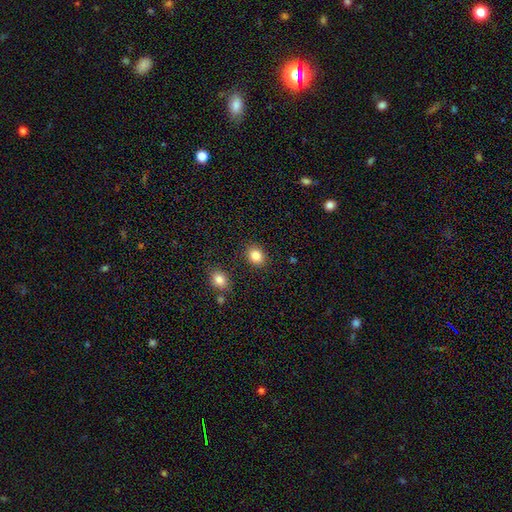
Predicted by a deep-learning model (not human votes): Smooth or featured?
  - smooth: 85% *
  - star or artifact: 10%
  - featured or disk: 6%
How rounded?
  - round: 52% *
  - in between: 47%
  - cigar-shaped: 1%
Merging?
  - none: 87% *
  - minor disturbance: 8%
  - merger: 2%
  - major disturbance: 2%